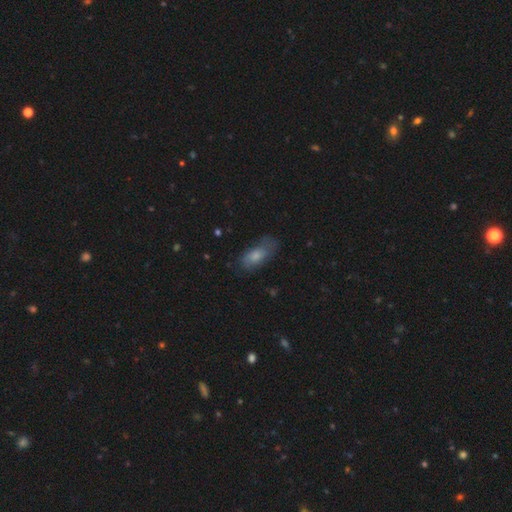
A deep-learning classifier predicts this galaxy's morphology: This is likely a smooth galaxy (66%). How rounded: clearly in between (85%). Merging: possibly none (56%).